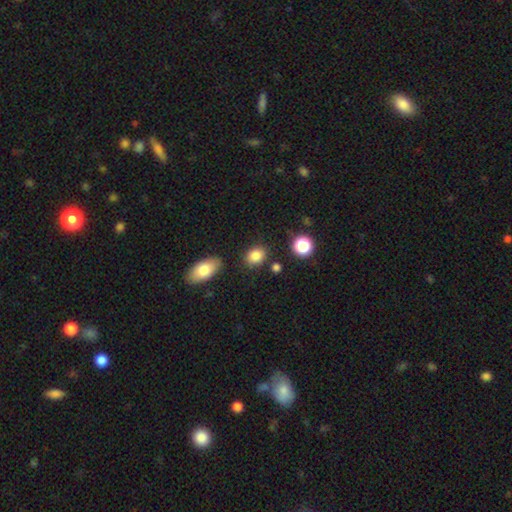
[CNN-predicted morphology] smooth-or-featured: smooth: 84% | star or artifact: 10% | featured or disk: 6%
  how-rounded: in between: 56% | round: 43% | cigar-shaped: 1%
  merging: none: 81% | minor disturbance: 11% | merger: 5% | major disturbance: 3%